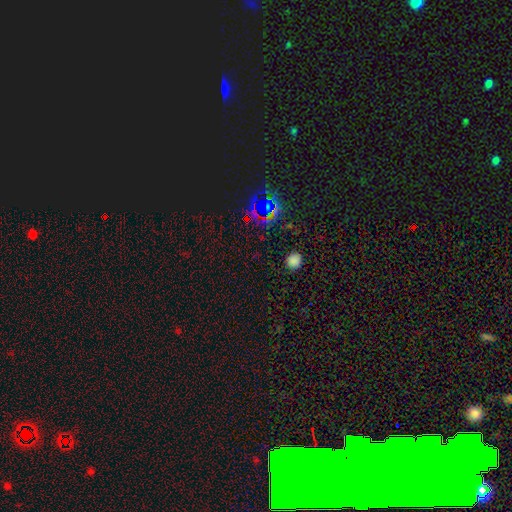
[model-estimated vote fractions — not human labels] Smooth or featured? star or artifact (66%)